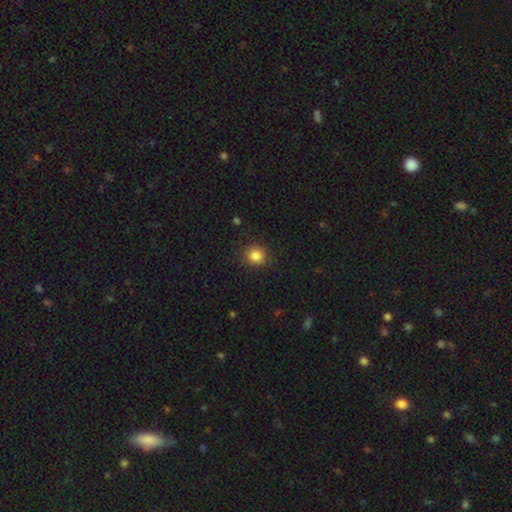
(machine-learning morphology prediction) smooth_or_featured: smooth (p=0.85) [alt: star or artifact p=0.11]
how_rounded: round (p=0.84) [alt: in between p=0.15]
merging: none (p=0.89) [alt: minor disturbance p=0.08]